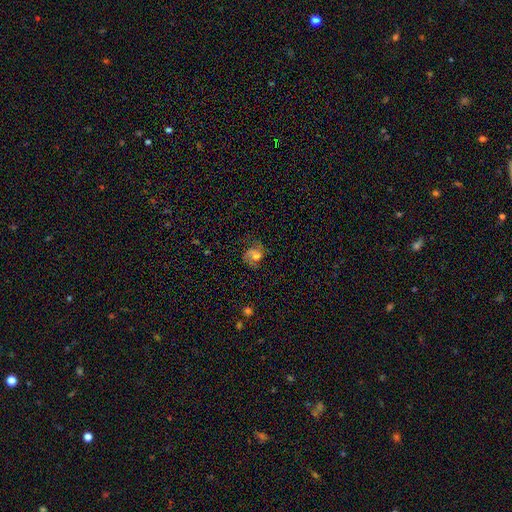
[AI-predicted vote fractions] Smooth or featured? smooth (50%)
How rounded? round (60%)
Merging? none (50%)